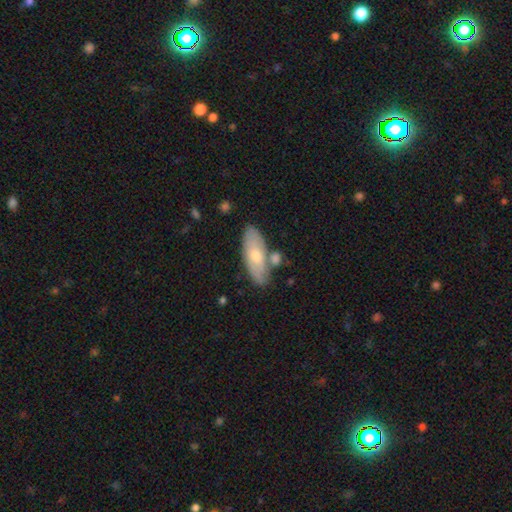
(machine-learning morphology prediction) smooth-or-featured: smooth: 58% | featured or disk: 36% | star or artifact: 6%
  how-rounded: in between: 74% | cigar-shaped: 23% | round: 3%
  merging: none: 72% | minor disturbance: 13% | merger: 11% | major disturbance: 3%